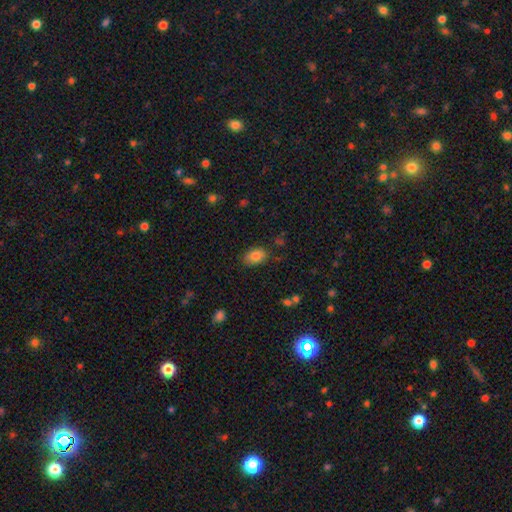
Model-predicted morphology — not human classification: Smooth or featured: smooth — 83% (star or artifact — 9%)
How rounded: in between — 85% (round — 14%)
Merging: none — 78% (minor disturbance — 16%)